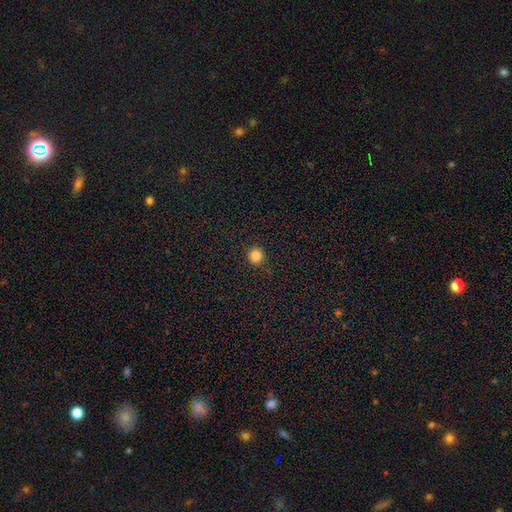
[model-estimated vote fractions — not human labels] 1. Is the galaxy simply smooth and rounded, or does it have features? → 84% smooth, 12% star or artifact, 4% featured or disk.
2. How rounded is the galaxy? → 91% round, 8% in between, 1% cigar-shaped.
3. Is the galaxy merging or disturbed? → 92% none, 6% minor disturbance, 2% major disturbance, 1% merger.